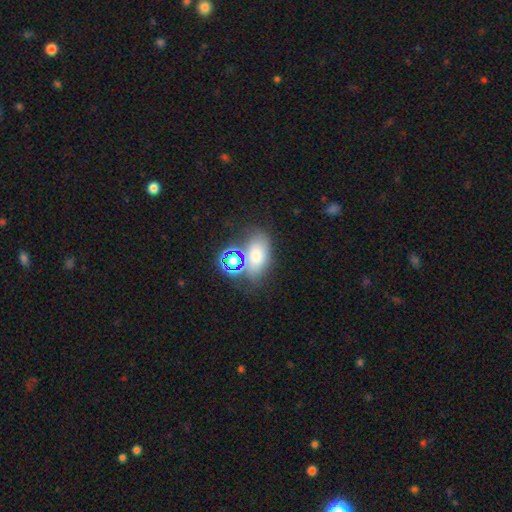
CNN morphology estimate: Smooth or featured? Predicted: smooth (p=0.61). How rounded? Predicted: in between (p=0.80). Merging? Predicted: none (p=0.59).